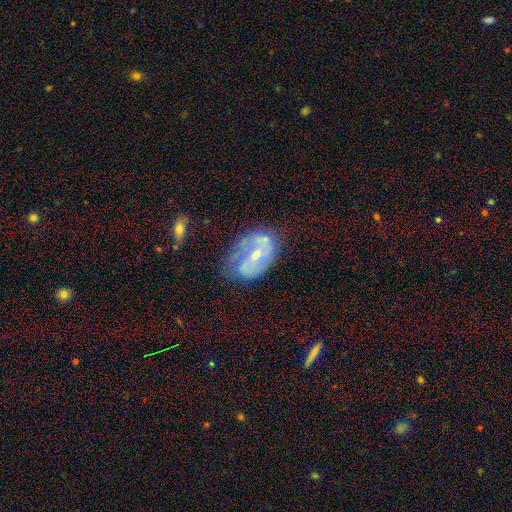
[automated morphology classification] A featured or disk galaxy (75%) with a weak bar (44%), 2 (60%) medium (42%) spiral arms (78%) and a small central bulge (59%). Merging: none (47%).